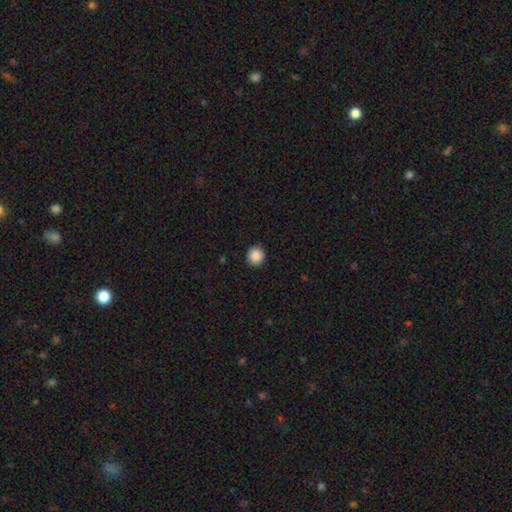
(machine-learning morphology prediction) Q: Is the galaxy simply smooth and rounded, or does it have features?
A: smooth — 88%.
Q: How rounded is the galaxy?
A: round — 94%.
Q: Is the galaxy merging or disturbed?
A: none — 93%.